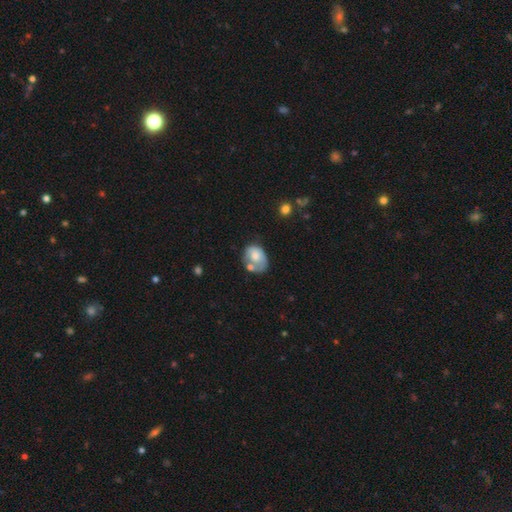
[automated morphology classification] Smooth or featured: smooth — 59% (featured or disk — 34%)
How rounded: in between — 64% (round — 35%)
Merging: none — 34% (minor disturbance — 28%)